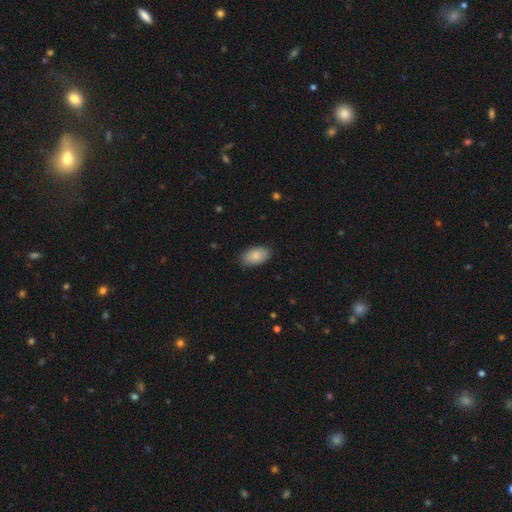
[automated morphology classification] This appears to be a smooth galaxy with no disk features (86%) that is in between round and cigar-shaped (94%). Merging: none (85%).